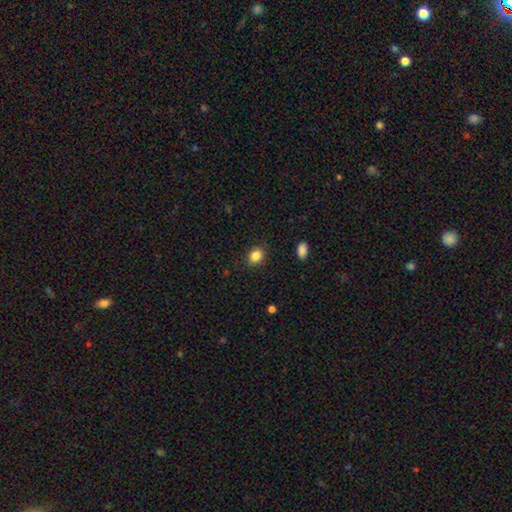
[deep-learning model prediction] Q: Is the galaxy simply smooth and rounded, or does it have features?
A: smooth — 86%.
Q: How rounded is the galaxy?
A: in between — 50%.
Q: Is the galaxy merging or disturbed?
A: none — 87%.